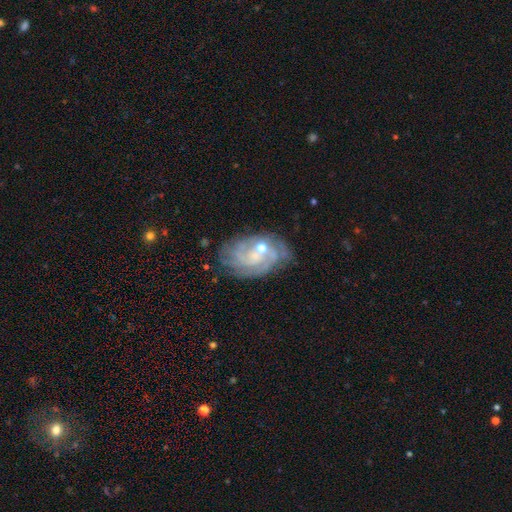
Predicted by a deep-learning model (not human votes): A featured or disk galaxy (79%) with no bar (62%), tight (62%) spiral arms (92%) and a small central bulge (49%). Merging: none (67%).